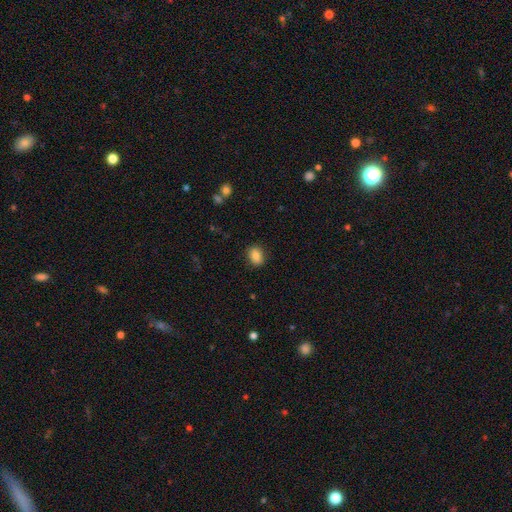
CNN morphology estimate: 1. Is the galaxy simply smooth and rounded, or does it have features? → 85% smooth, 9% star or artifact, 6% featured or disk.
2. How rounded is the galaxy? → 64% in between, 35% round, 1% cigar-shaped.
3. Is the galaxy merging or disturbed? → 88% none, 8% minor disturbance, 2% major disturbance, 1% merger.